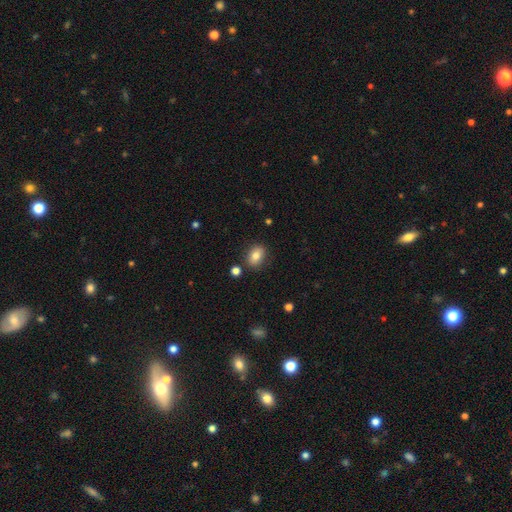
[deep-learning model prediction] This appears to be a smooth galaxy with no disk features (81%) that is in between round and cigar-shaped (75%). Merging: none (83%).